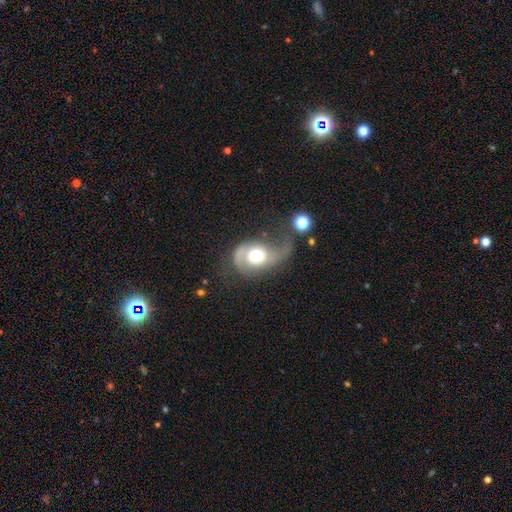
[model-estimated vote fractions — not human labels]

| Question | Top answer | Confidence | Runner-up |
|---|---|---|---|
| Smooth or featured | featured or disk | 64% | smooth (28%) |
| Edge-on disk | no | 97% | yes (3%) |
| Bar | no | 74% | weak (21%) |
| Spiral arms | yes | 84% | no (16%) |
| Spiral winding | loose | 54% | medium (32%) |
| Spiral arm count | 2 | 47% | 1 (44%) |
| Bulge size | moderate | 55% | large (32%) |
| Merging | major disturbance | 46% | none (26%) |